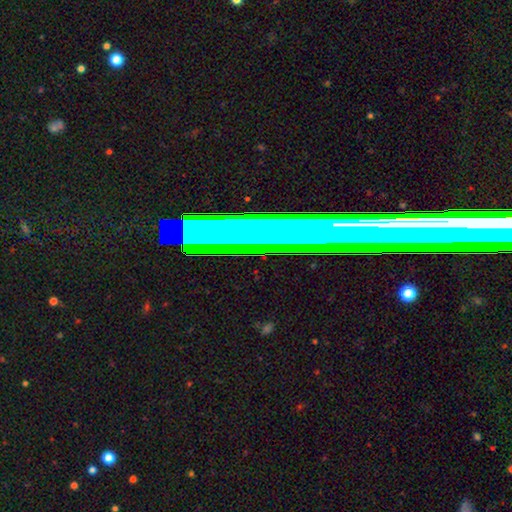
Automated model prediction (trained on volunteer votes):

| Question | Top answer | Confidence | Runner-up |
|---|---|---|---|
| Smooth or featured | featured or disk | 45% | star or artifact (38%) |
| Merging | none | 87% | minor disturbance (9%) |